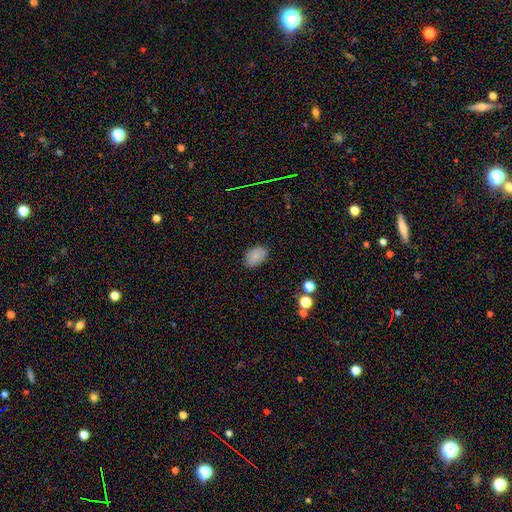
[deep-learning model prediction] Smooth or featured: smooth — 83% (star or artifact — 9%)
How rounded: in between — 85% (round — 13%)
Merging: none — 83% (minor disturbance — 13%)